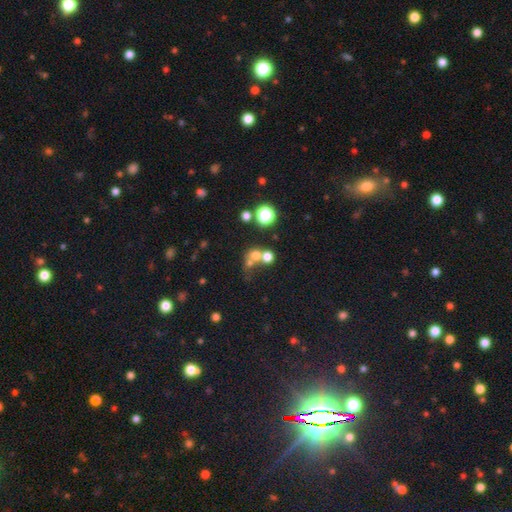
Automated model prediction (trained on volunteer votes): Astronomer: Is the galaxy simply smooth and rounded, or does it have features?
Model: smooth — 62%.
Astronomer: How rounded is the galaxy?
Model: round — 82%.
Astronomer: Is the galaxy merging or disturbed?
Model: merger — 46% (runner-up: none, 39%).